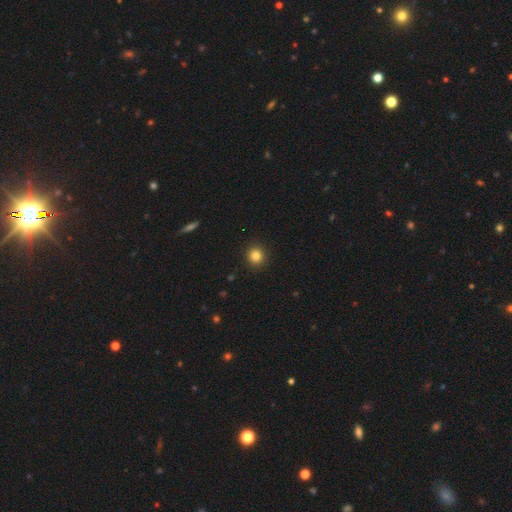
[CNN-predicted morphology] Smooth or featured? smooth (84%)
How rounded? round (91%)
Merging? none (92%)